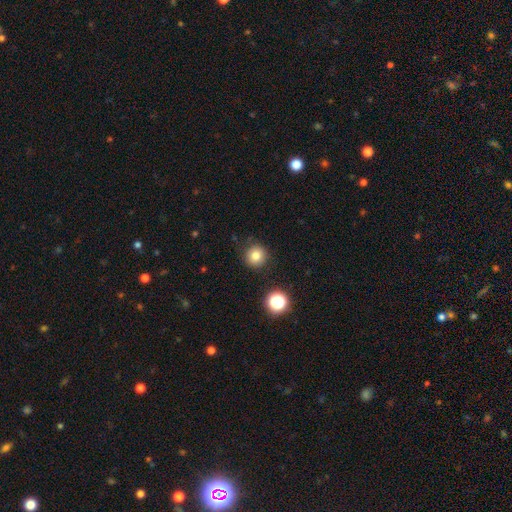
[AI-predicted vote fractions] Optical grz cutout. It shows a smooth galaxy with no disk features (79%) that is round (95%). Merging: none (88%).